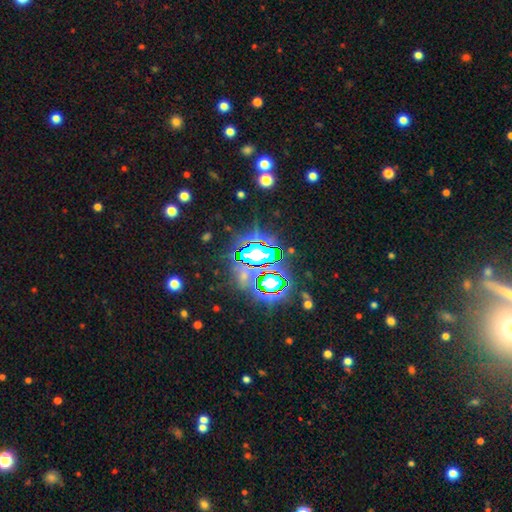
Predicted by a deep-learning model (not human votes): smooth-or-featured: star or artifact: 80% | smooth: 10% | featured or disk: 9%